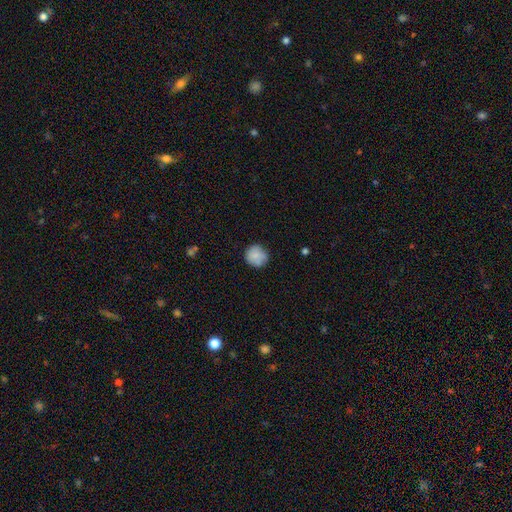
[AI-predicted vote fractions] Smooth or featured?
  - smooth: 80% *
  - featured or disk: 13%
  - star or artifact: 8%
How rounded?
  - round: 88% *
  - in between: 11%
  - cigar-shaped: 1%
Merging?
  - none: 74% *
  - minor disturbance: 20%
  - major disturbance: 4%
  - merger: 2%